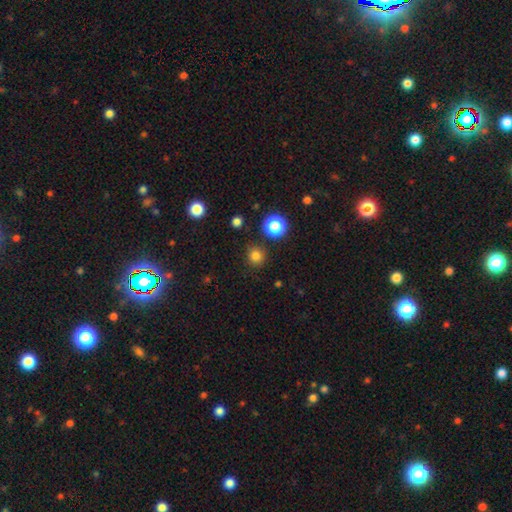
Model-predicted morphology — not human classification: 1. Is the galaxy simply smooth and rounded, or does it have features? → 80% smooth, 16% star or artifact, 4% featured or disk.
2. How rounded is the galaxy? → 92% round, 7% in between, 1% cigar-shaped.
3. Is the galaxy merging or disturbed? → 89% none, 7% minor disturbance, 2% major disturbance, 2% merger.